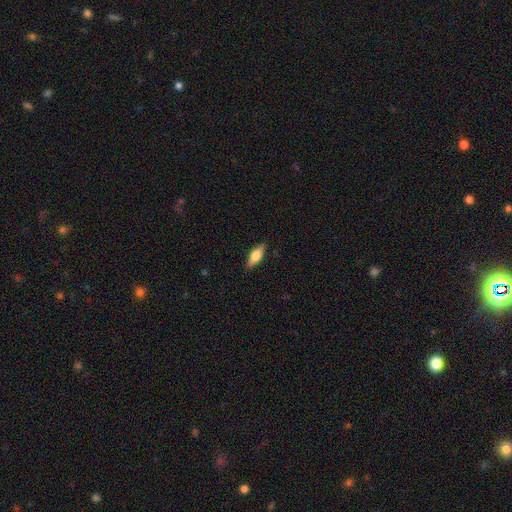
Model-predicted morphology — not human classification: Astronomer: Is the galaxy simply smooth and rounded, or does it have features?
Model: smooth — 62%.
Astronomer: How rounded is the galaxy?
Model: in between — 65%.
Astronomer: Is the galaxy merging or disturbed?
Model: none — 86%.